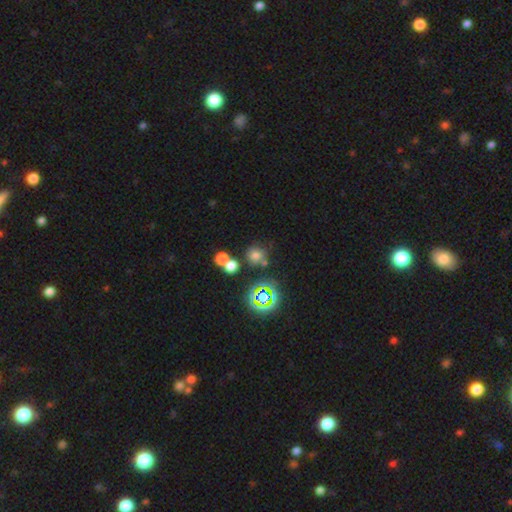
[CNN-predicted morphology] A smooth galaxy with no disk features (64%) that is round (87%). Merging: none (62%).